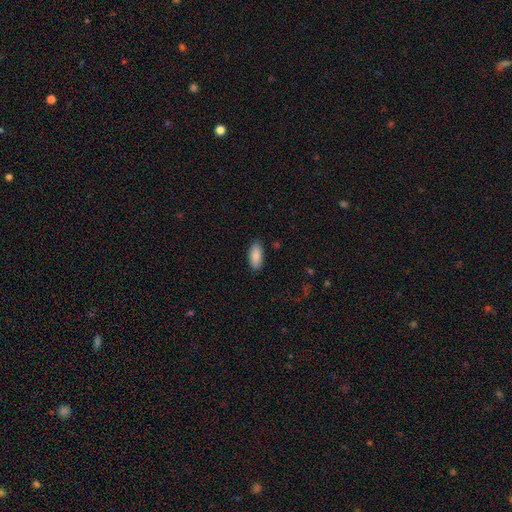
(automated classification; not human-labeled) Overall: smooth (89%). How rounded: in between (87%). Merging: none (87%).